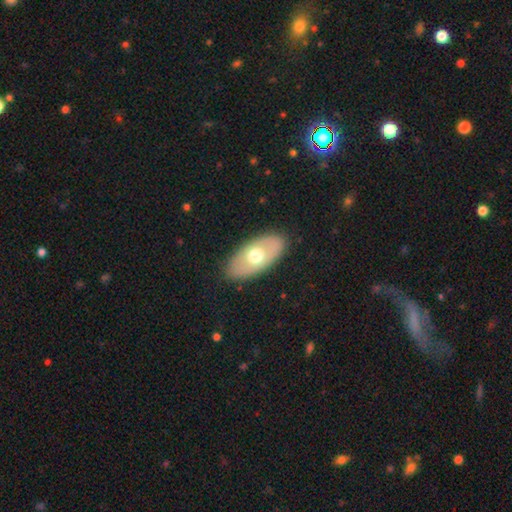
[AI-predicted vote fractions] Smooth or featured? smooth (56%)
How rounded? in between (91%)
Merging? none (86%)